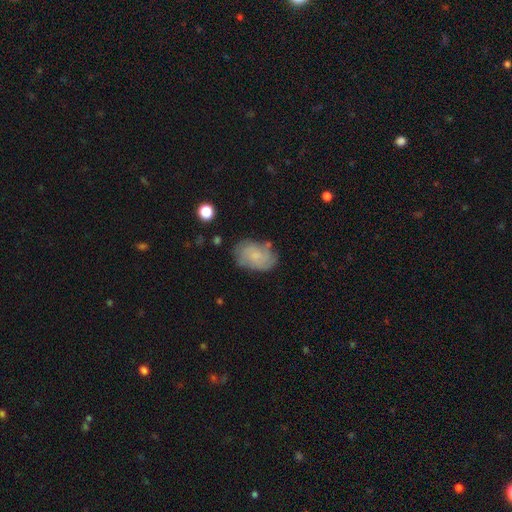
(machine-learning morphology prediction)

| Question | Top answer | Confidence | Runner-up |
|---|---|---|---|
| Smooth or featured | smooth | 54% | featured or disk (38%) |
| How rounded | in between | 86% | round (13%) |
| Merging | none | 69% | minor disturbance (22%) |